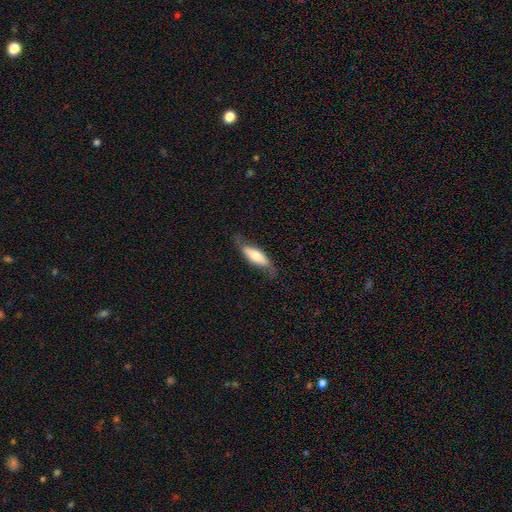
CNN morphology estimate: The model was most divided on "smooth or featured": smooth: 54%, featured or disk: 40%, star or artifact: 6%. More confident: merging — none (63%); how rounded — in between (56%).